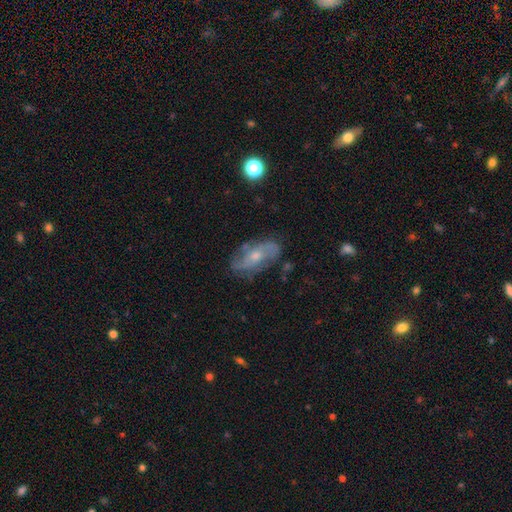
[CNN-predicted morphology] Smooth or featured: featured or disk — 69% (smooth — 23%)
Edge-on disk: no — 90% (yes — 10%)
Bar: no — 62% (weak — 30%)
Spiral arms: yes — 82% (no — 18%)
Spiral winding: medium — 40% (loose — 36%)
Spiral arm count: 2 — 67% (can't tell — 20%)
Bulge size: moderate — 52% (small — 42%)
Merging: none — 70% (minor disturbance — 20%)